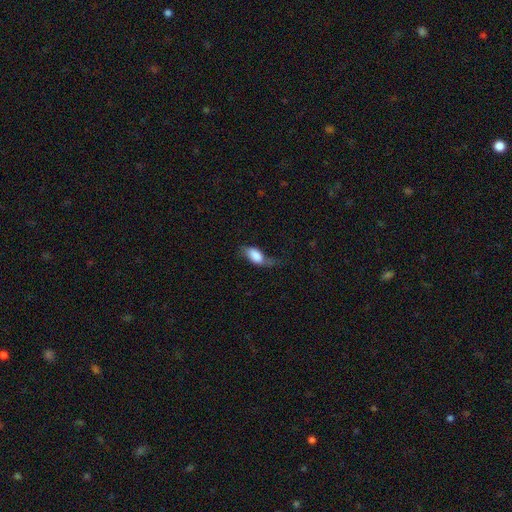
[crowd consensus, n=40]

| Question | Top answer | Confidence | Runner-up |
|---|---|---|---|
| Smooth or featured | smooth | 68% | featured or disk (25%) |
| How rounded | in between | 96% | round (4%) |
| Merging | major disturbance | 35% | minor disturbance (32%) |